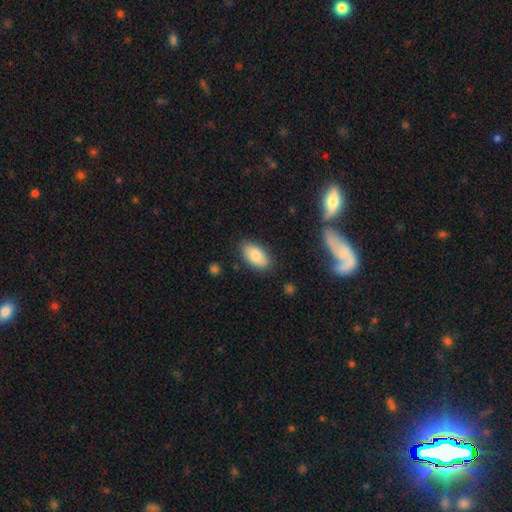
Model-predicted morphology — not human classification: Smooth or featured? Predicted: smooth (p=0.83). How rounded? Predicted: in between (p=0.93). Merging? Predicted: none (p=0.83).